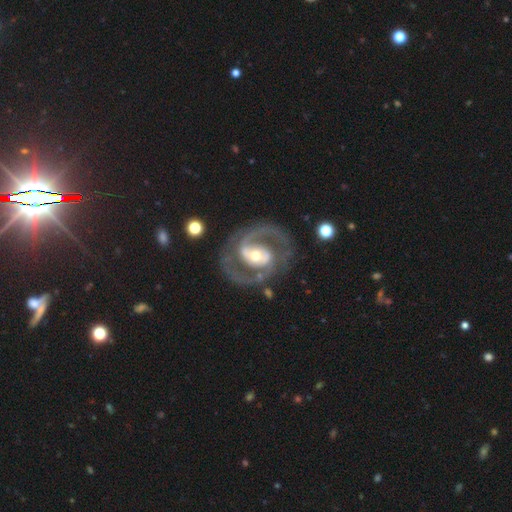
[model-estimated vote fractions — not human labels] Smooth or featured: featured or disk — 90% (smooth — 6%)
Edge-on disk: no — 97% (yes — 3%)
Bar: no — 38% (weak — 34%)
Spiral arms: yes — 94% (no — 6%)
Spiral winding: medium — 57% (tight — 29%)
Spiral arm count: 2 — 91% (can't tell — 3%)
Bulge size: moderate — 65% (small — 22%)
Merging: none — 79% (minor disturbance — 12%)